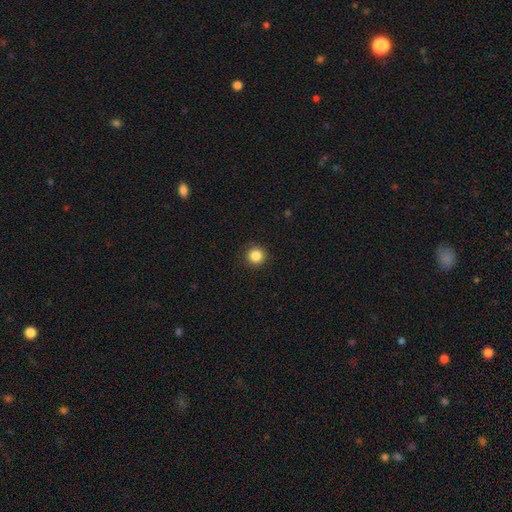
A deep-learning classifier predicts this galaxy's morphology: Overall: smooth (85%). How rounded: round (95%). Merging: none (91%).